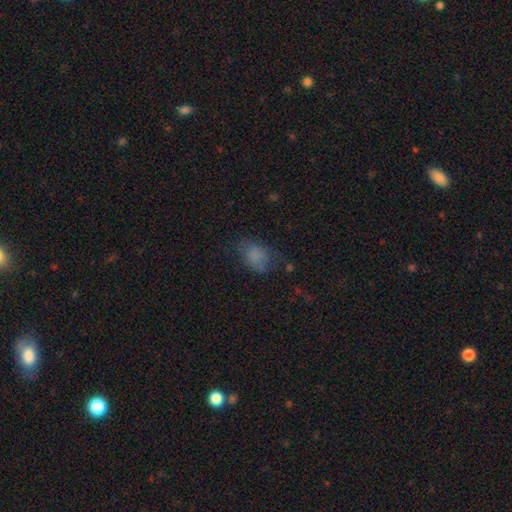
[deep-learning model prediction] Q: Smooth or featured?
A: smooth (75%); runner-up: star or artifact (12%)
Q: How rounded?
A: in between (79%); runner-up: round (20%)
Q: Merging?
A: none (55%); runner-up: minor disturbance (27%)